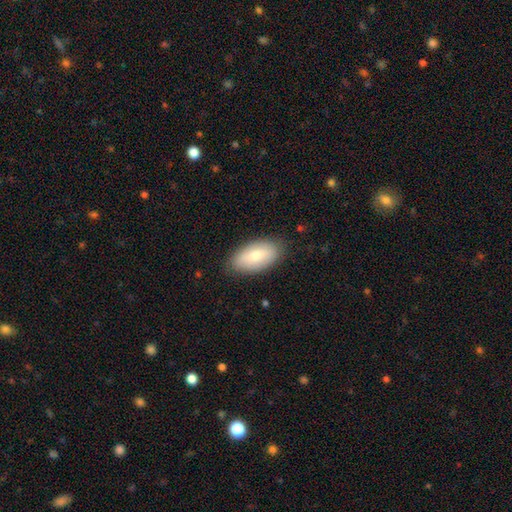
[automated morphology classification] The model was most divided on "smooth or featured": smooth: 74%, featured or disk: 20%, star or artifact: 6%. More confident: how rounded — in between (93%); merging — none (83%).